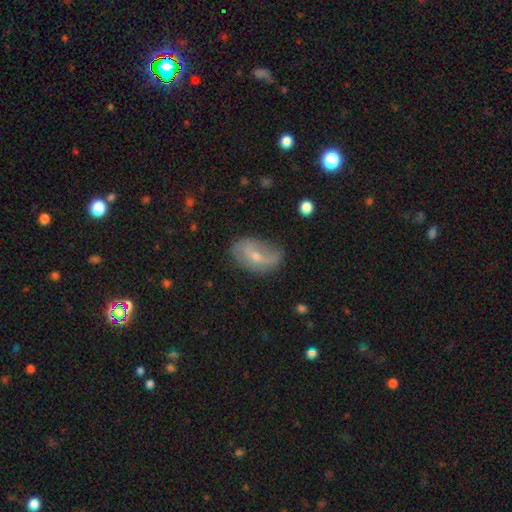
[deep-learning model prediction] Q: Smooth or featured?
A: featured or disk (51%); runner-up: smooth (40%)
Q: Edge-on disk?
A: no (92%); runner-up: yes (8%)
Q: Merging?
A: none (56%); runner-up: minor disturbance (30%)